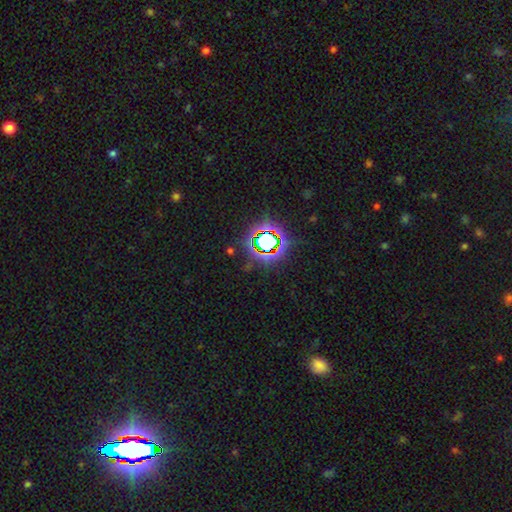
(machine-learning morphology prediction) star or artifact 79%, smooth 12%, featured or disk 9%.